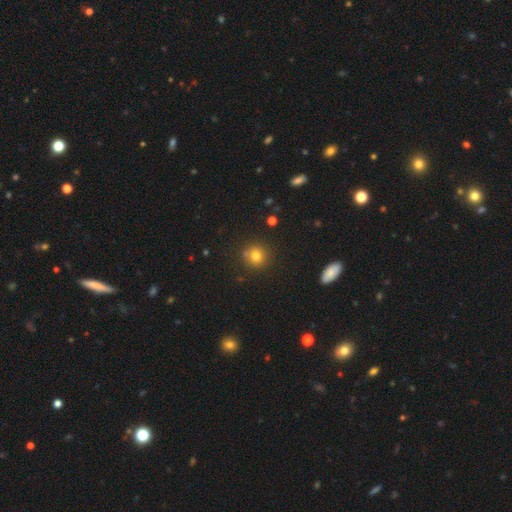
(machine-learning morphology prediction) Smooth or featured: smooth — 79% (star or artifact — 14%)
How rounded: round — 86% (in between — 13%)
Merging: none — 78% (minor disturbance — 10%)